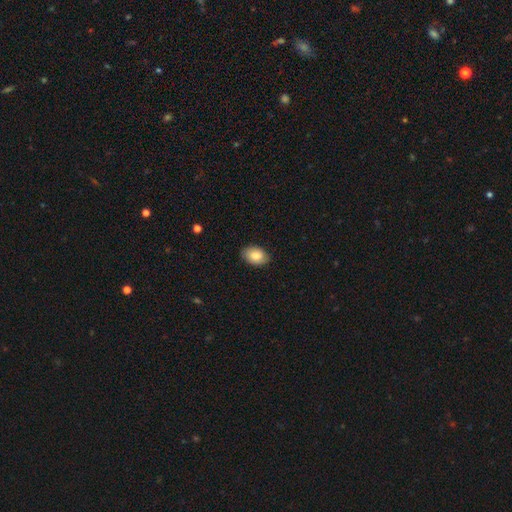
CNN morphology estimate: smooth_or_featured: smooth (p=0.84) [alt: featured or disk p=0.09]
how_rounded: in between (p=0.83) [alt: round p=0.16]
merging: none (p=0.85) [alt: minor disturbance p=0.12]